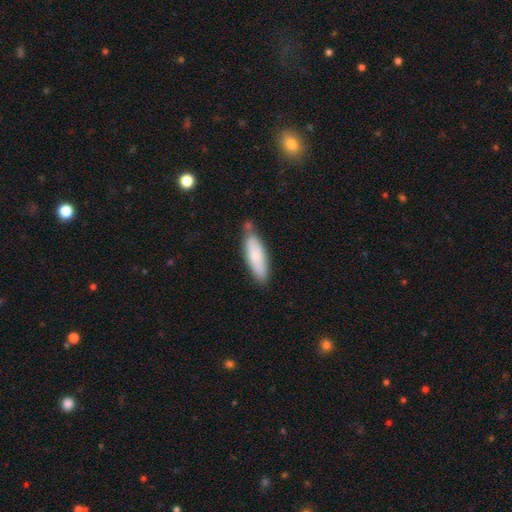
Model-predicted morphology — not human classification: smooth-or-featured: smooth: 75% | featured or disk: 19% | star or artifact: 6%
  how-rounded: cigar-shaped: 54% | in between: 44% | round: 2%
  merging: none: 67% | minor disturbance: 19% | merger: 10% | major disturbance: 3%